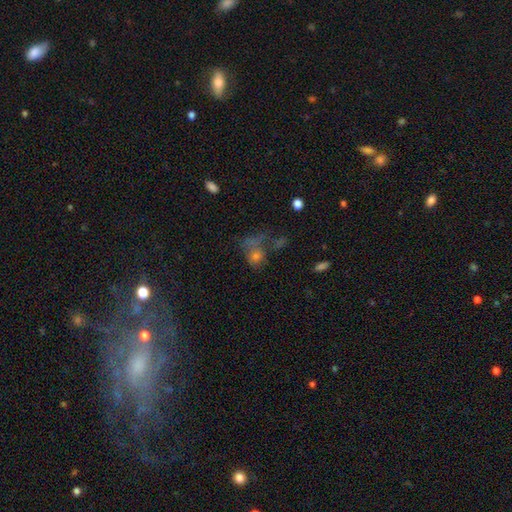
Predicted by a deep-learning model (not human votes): smooth-or-featured: smooth: 56% | star or artifact: 23% | featured or disk: 21%
  how-rounded: round: 57% | in between: 41% | cigar-shaped: 2%
  merging: none: 34% | merger: 29% | major disturbance: 23% | minor disturbance: 15%